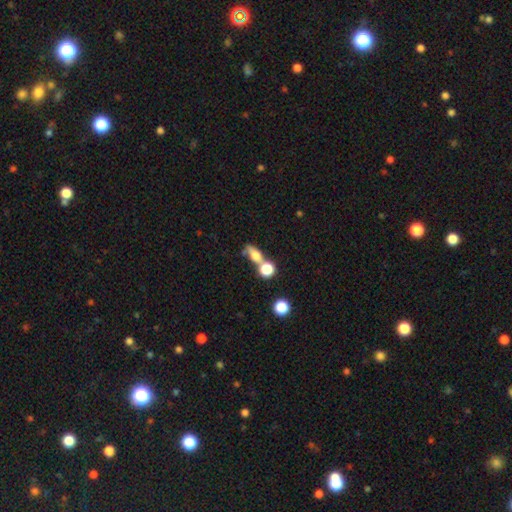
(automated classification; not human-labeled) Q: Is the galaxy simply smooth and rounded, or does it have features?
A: smooth — 67%.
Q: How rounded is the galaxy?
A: in between — 57%.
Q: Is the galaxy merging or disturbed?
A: merger — 45%.